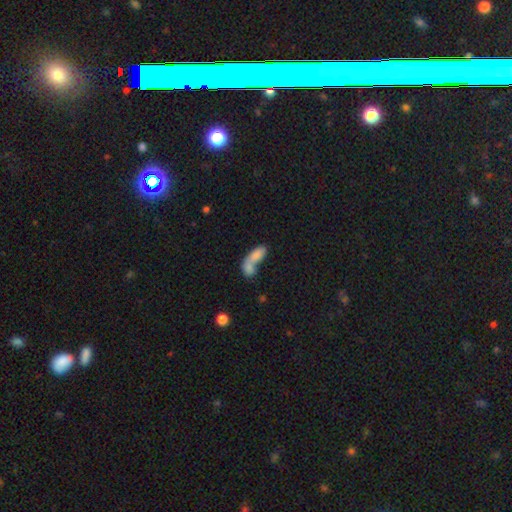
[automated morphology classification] smooth 78%, featured or disk 14%, star or artifact 8%. Down the decision tree: how rounded — in between (79%); merging — merger (71%).